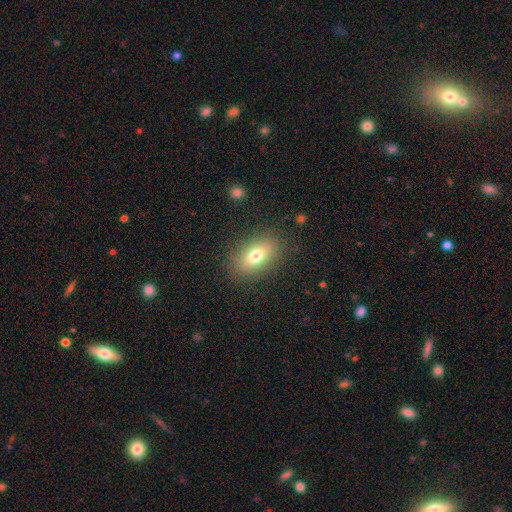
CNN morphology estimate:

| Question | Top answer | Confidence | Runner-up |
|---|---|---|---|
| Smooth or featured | smooth | 73% | featured or disk (16%) |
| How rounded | in between | 84% | round (12%) |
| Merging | none | 85% | minor disturbance (10%) |